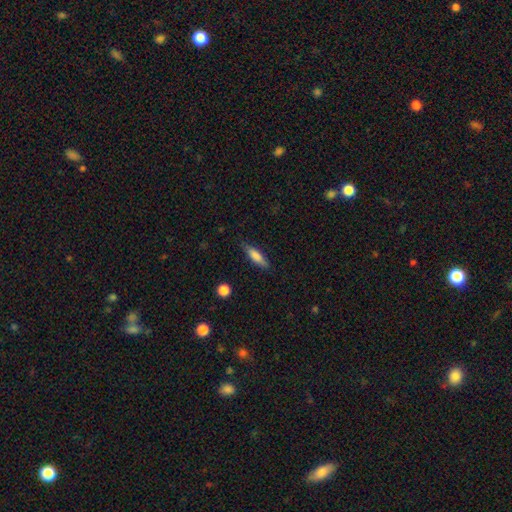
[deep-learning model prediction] The model was most divided on "how rounded": cigar-shaped: 65%, in between: 33%, round: 2%. More confident: merging — none (81%); smooth or featured — smooth (76%).